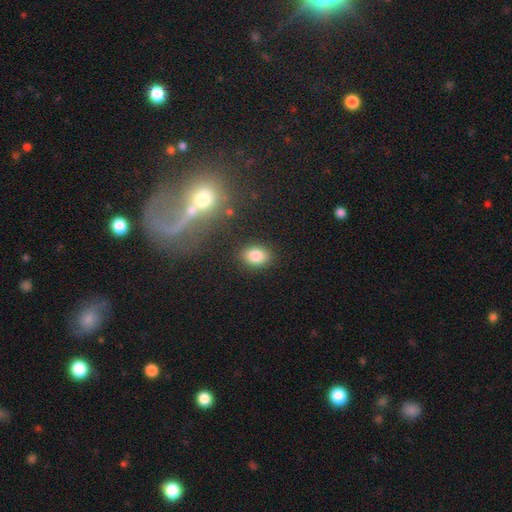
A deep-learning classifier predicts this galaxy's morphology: type=smooth (84%); roundness=in between (69%); merging=none (84%).